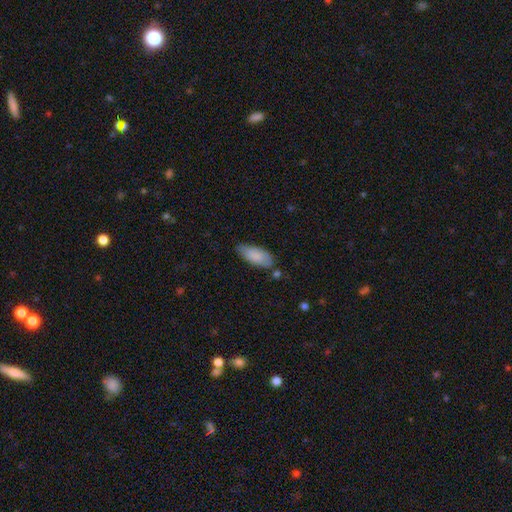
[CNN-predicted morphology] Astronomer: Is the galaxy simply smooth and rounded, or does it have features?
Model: smooth — 86%.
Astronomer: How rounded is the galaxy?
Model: in between — 83%.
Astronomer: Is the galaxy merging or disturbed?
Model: none — 67%.